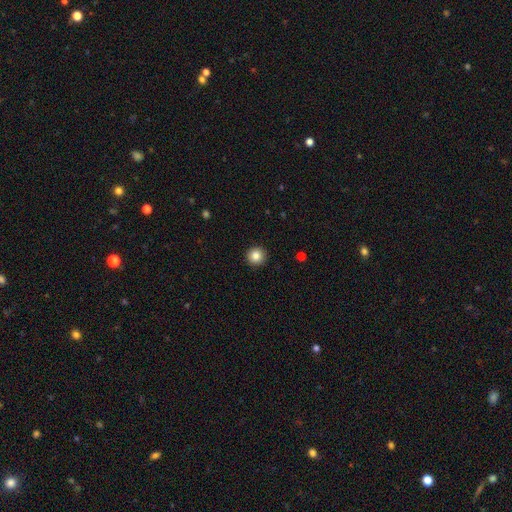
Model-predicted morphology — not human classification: smooth-or-featured: smooth: 85% | star or artifact: 10% | featured or disk: 5%
  how-rounded: round: 95% | in between: 5% | cigar-shaped: 1%
  merging: none: 93% | minor disturbance: 5% | major disturbance: 2% | merger: 1%